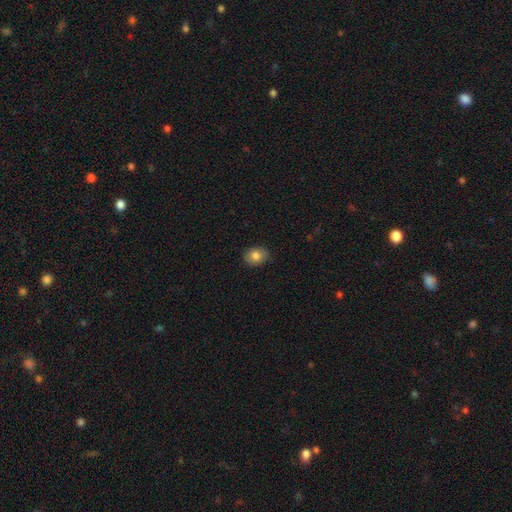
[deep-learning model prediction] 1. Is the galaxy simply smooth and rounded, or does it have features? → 83% smooth, 9% star or artifact, 8% featured or disk.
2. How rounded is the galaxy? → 50% round, 49% in between, 1% cigar-shaped.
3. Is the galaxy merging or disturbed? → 84% none, 13% minor disturbance, 2% major disturbance, 1% merger.